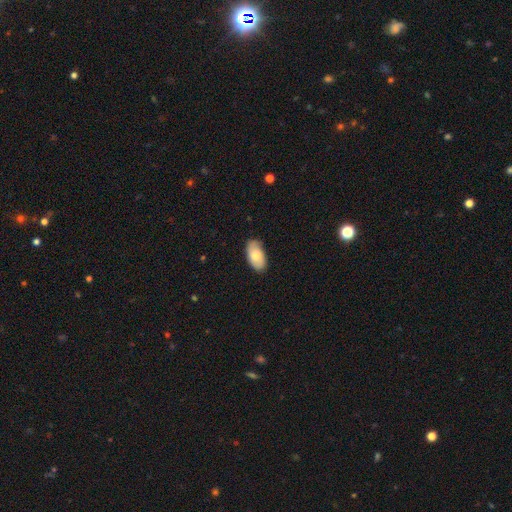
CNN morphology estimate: This appears to be a smooth galaxy with no disk features (78%) that is in between round and cigar-shaped (95%). Merging: none (83%).